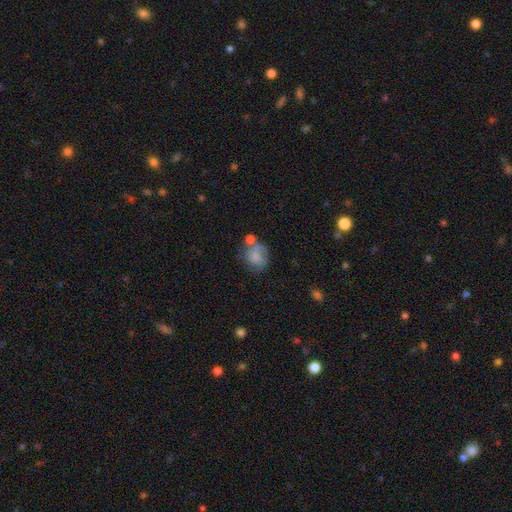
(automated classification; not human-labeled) Smooth or featured?
  - smooth: 63% *
  - featured or disk: 27%
  - star or artifact: 10%
How rounded?
  - round: 62% *
  - in between: 37%
  - cigar-shaped: 1%
Merging?
  - none: 38% *
  - minor disturbance: 23%
  - merger: 21%
  - major disturbance: 18%